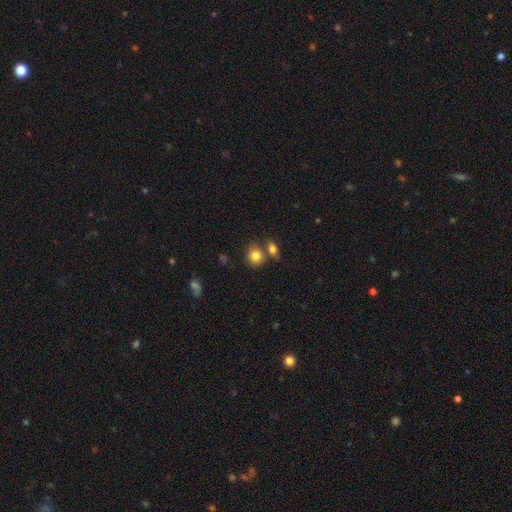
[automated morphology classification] Smooth or featured: smooth — 82% (star or artifact — 10%)
How rounded: round — 74% (in between — 25%)
Merging: none — 59% (merger — 27%)